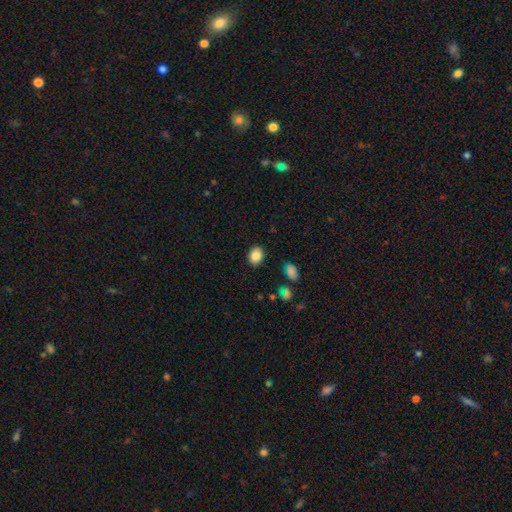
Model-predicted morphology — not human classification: smooth_or_featured: smooth (p=0.86) [alt: star or artifact p=0.09]
how_rounded: in between (p=0.59) [alt: round p=0.40]
merging: none (p=0.87) [alt: minor disturbance p=0.09]